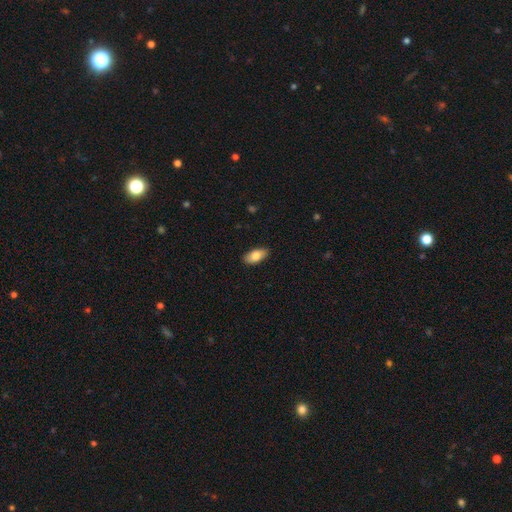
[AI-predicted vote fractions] This appears to be a smooth galaxy with no disk features (82%) that is in between round and cigar-shaped (91%). Merging: none (89%).